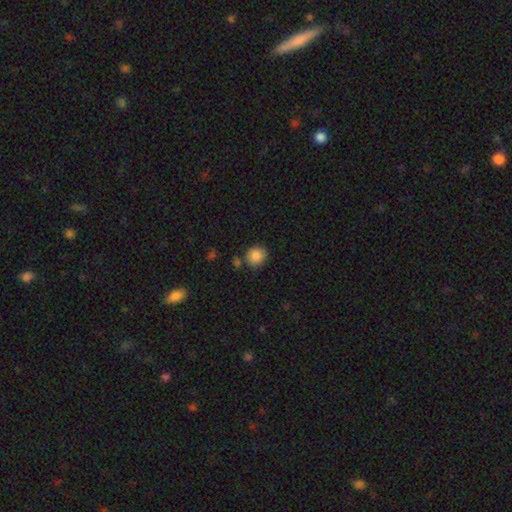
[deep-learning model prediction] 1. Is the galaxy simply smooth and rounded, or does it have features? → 86% smooth, 8% star or artifact, 6% featured or disk.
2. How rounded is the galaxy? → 76% round, 23% in between, 1% cigar-shaped.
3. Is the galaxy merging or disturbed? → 72% none, 17% minor disturbance, 8% merger, 4% major disturbance.